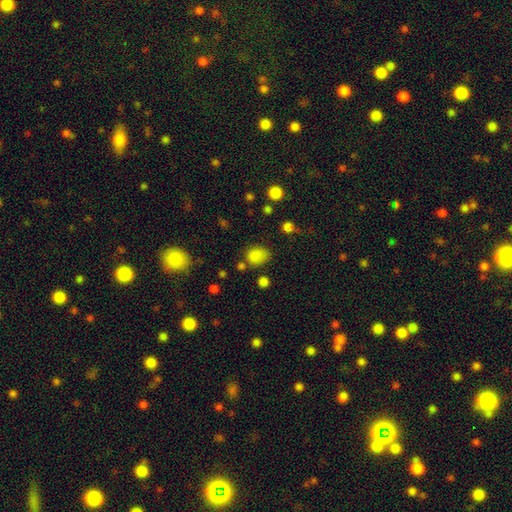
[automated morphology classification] Smooth or featured? smooth (80%)
How rounded? in between (58%)
Merging? none (62%)